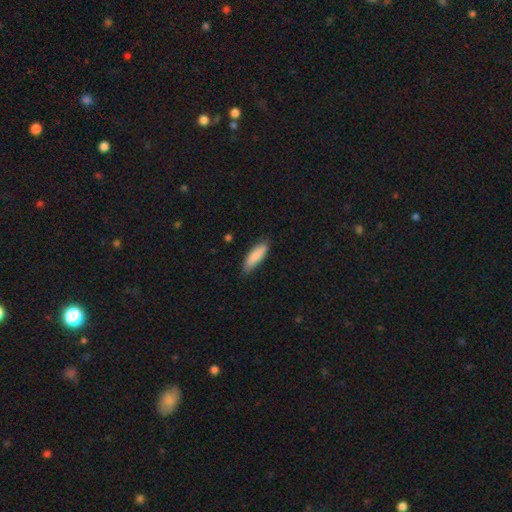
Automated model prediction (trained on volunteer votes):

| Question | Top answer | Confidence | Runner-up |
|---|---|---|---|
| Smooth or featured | smooth | 86% | featured or disk (9%) |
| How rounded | in between | 50% | cigar-shaped (49%) |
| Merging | none | 80% | minor disturbance (16%) |